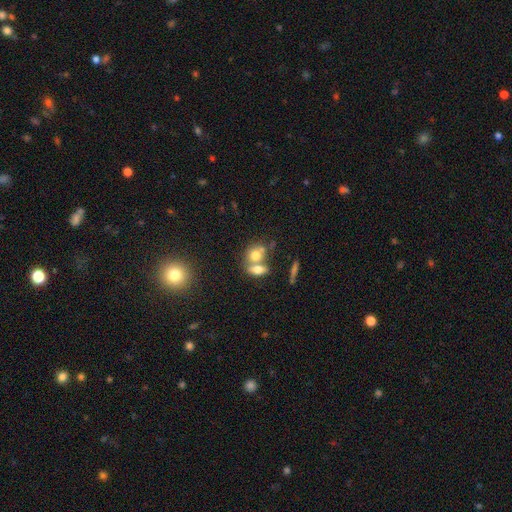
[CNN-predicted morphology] The model was most divided on "how rounded": in between: 54%, round: 43%, cigar-shaped: 3%. More confident: smooth or featured — smooth (69%); merging — merger (60%).